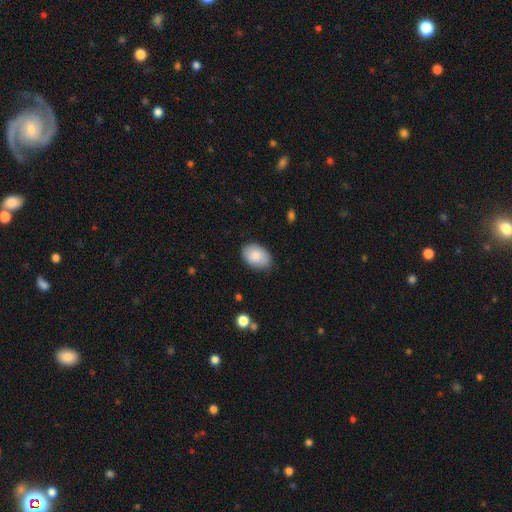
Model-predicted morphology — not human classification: Smooth or featured: smooth — 85% (featured or disk — 9%)
How rounded: in between — 86% (round — 13%)
Merging: none — 81% (minor disturbance — 15%)